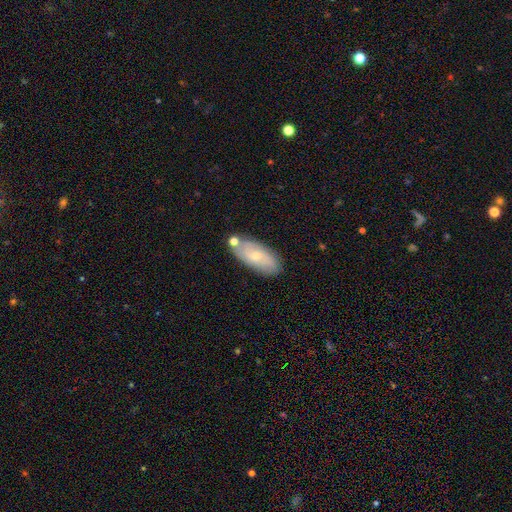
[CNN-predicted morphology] This appears to be a smooth galaxy with no disk features (57%) that is in between round and cigar-shaped (85%). Merging: none (71%).